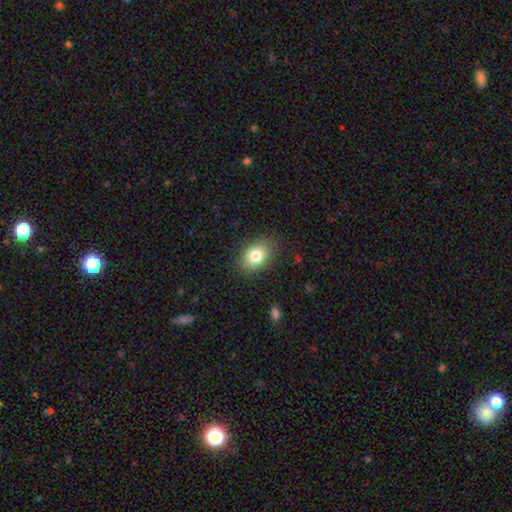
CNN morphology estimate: Q: Smooth or featured?
A: smooth (81%); runner-up: featured or disk (10%)
Q: How rounded?
A: in between (75%); runner-up: round (23%)
Q: Merging?
A: none (83%); runner-up: minor disturbance (12%)